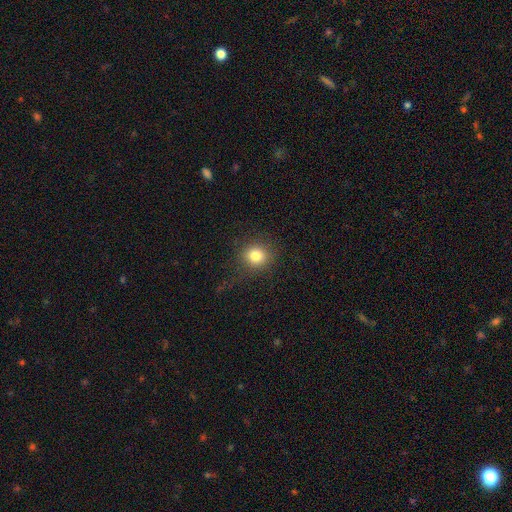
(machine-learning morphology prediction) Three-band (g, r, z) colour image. It shows a smooth galaxy with no disk features (80%) that is round (86%). Merging: none (83%).